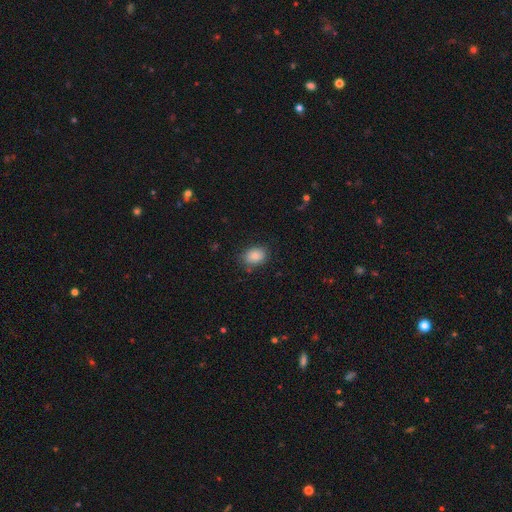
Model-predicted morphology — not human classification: The model was most divided on "how rounded": in between: 71%, round: 28%, cigar-shaped: 1%. More confident: smooth or featured — smooth (87%); merging — none (78%).